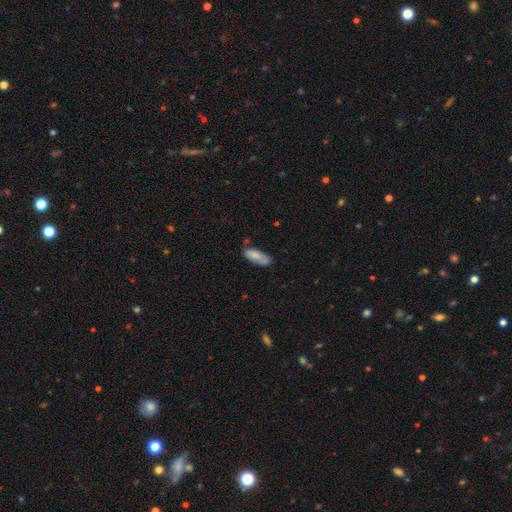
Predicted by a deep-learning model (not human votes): Smooth or featured?
  - smooth: 77% *
  - featured or disk: 17%
  - star or artifact: 6%
How rounded?
  - in between: 73% *
  - cigar-shaped: 25%
  - round: 2%
Merging?
  - none: 66% *
  - minor disturbance: 25%
  - major disturbance: 5%
  - merger: 3%